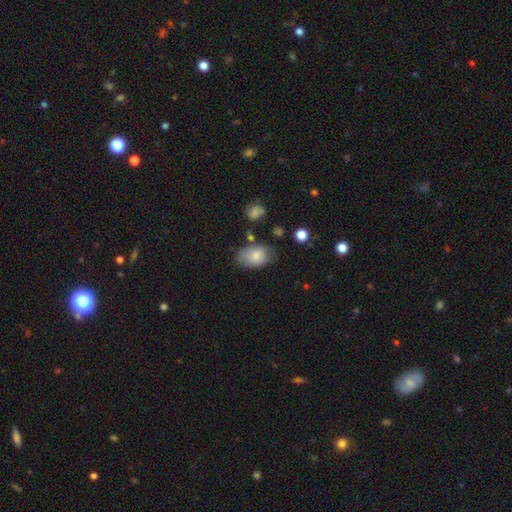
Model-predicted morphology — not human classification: type=smooth (80%); roundness=in between (87%); merging=none (61%).